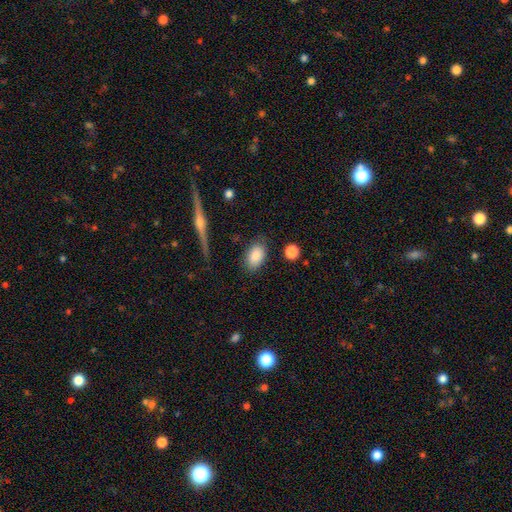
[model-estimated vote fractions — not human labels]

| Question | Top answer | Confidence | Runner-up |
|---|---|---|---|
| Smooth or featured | smooth | 84% | featured or disk (8%) |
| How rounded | in between | 88% | round (10%) |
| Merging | none | 79% | minor disturbance (14%) |